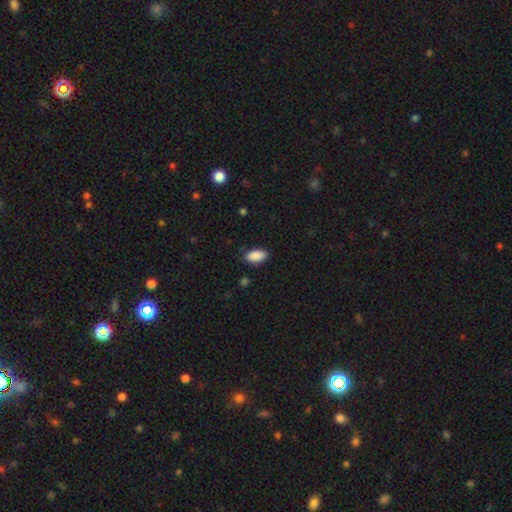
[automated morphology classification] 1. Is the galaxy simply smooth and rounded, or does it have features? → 90% smooth, 7% star or artifact, 3% featured or disk.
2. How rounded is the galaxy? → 94% in between, 3% round, 3% cigar-shaped.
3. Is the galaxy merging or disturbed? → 85% none, 12% minor disturbance, 2% major disturbance, 1% merger.